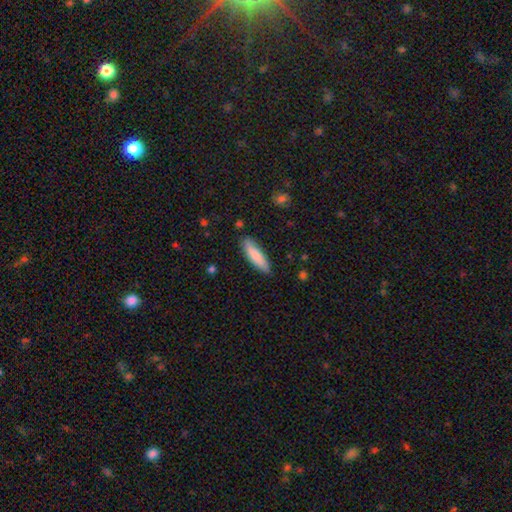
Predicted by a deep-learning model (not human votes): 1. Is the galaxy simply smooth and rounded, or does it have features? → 82% smooth, 13% featured or disk, 6% star or artifact.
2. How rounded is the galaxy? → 63% cigar-shaped, 35% in between, 1% round.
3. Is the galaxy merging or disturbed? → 83% none, 13% minor disturbance, 2% major disturbance, 2% merger.